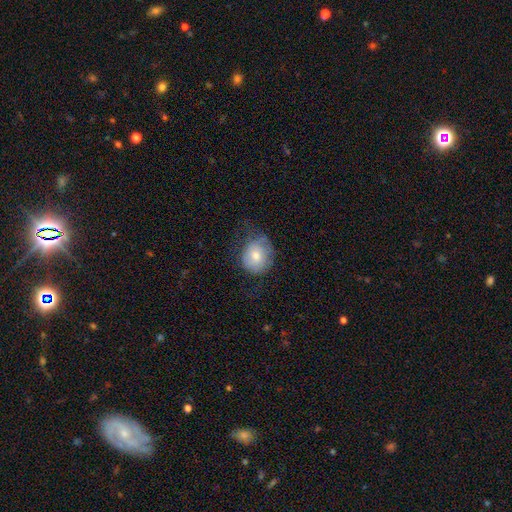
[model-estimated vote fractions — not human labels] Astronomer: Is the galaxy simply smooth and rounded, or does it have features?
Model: smooth — 69%.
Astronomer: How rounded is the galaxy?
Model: round — 67%.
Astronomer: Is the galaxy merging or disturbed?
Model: none — 47% (runner-up: minor disturbance, 32%).